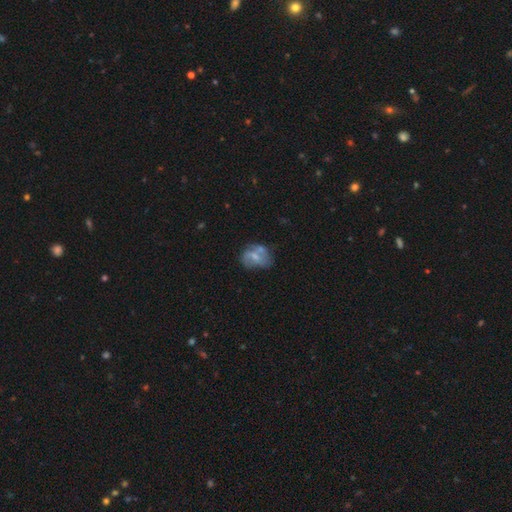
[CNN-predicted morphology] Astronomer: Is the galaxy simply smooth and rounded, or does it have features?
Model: featured or disk — 48% (runner-up: smooth, 43%).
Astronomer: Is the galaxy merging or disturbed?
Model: none — 39% (runner-up: minor disturbance, 24%).